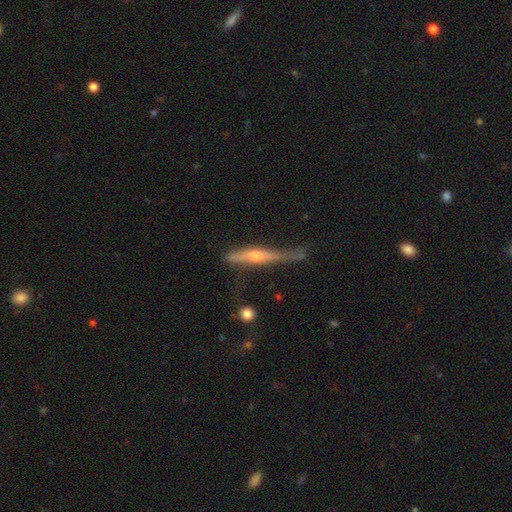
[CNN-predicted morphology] type=featured or disk (64%); edge-on=yes (92%); edge-on bulge=rounded (76%); merging=none (48%).